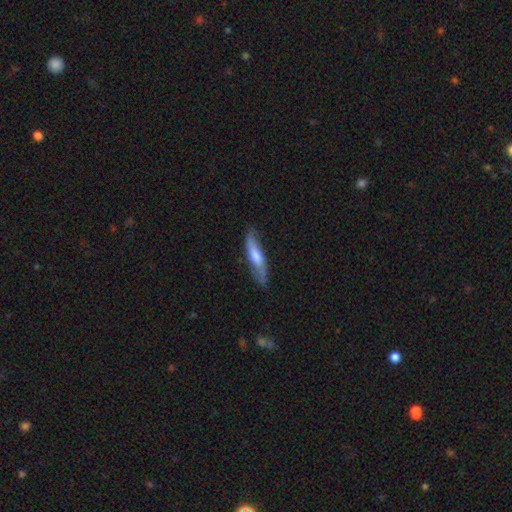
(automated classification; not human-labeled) This is possibly a smooth galaxy (48%). Merging: likely none (76%).